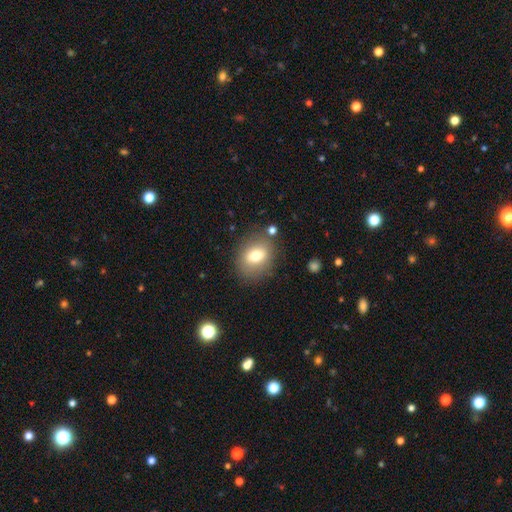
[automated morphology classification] This appears to be a smooth galaxy with no disk features (71%) that is in between round and cigar-shaped (60%). Merging: none (79%).